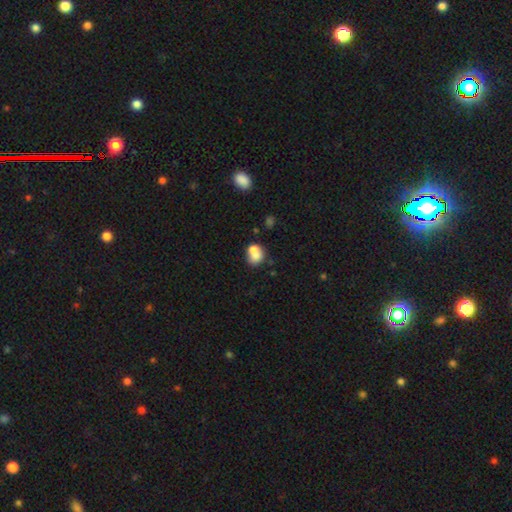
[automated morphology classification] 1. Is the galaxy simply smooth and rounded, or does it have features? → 71% smooth, 19% featured or disk, 10% star or artifact.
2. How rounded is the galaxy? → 62% round, 37% in between, 1% cigar-shaped.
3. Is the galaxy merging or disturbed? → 53% merger, 32% none, 10% minor disturbance, 5% major disturbance.